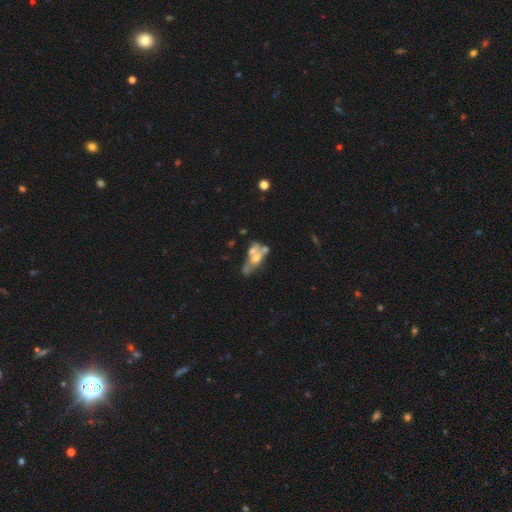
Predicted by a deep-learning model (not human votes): A featured or disk galaxy (54%).

Vote fractions:
- Smooth or featured? featured or disk: 54% / smooth: 35% / star or artifact: 11%
- Edge-on disk? no: 92% / yes: 8%
- Merging? merger: 50% / none: 21% / major disturbance: 16% / minor disturbance: 12%